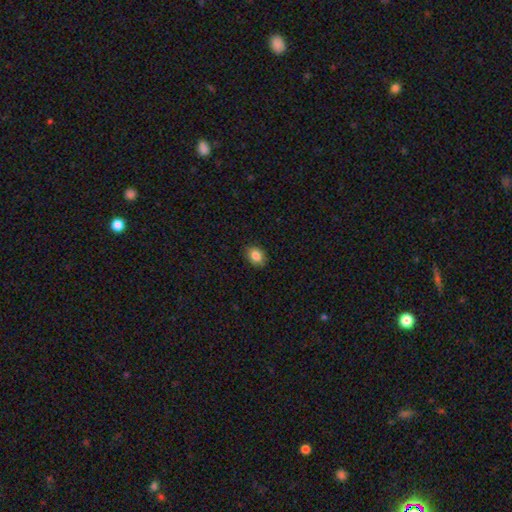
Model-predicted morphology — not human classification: smooth-or-featured: smooth: 84% | star or artifact: 9% | featured or disk: 7%
  how-rounded: in between: 59% | round: 40% | cigar-shaped: 1%
  merging: none: 88% | minor disturbance: 10% | major disturbance: 2% | merger: 1%